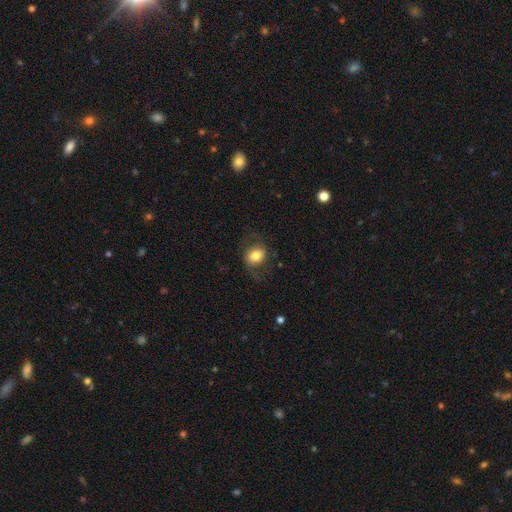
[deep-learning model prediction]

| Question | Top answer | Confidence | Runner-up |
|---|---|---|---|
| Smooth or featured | smooth | 66% | featured or disk (25%) |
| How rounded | round | 56% | in between (43%) |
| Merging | none | 67% | minor disturbance (18%) |